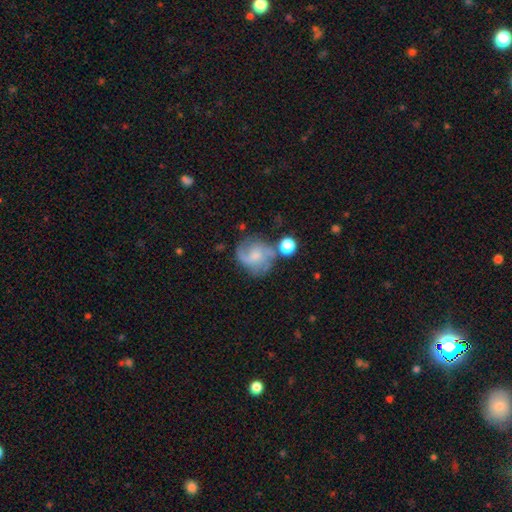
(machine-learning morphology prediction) This is likely a featured or disk galaxy (64%). It is clearly not viewed edge-on (98%). Bar: possibly no (56%). Spiral arm pattern: clearly yes (89%). Spiral arm count: possibly 2 (48%). Spiral winding: possibly medium (46%). Central bulge: possibly small (48%). Merging: possibly none (55%).